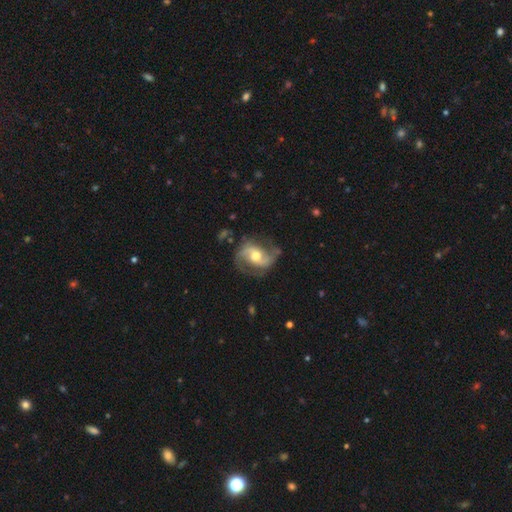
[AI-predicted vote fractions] The model was most divided on "bar": no: 44%, weak: 39%, strong: 17%. More confident: edge-on disk — no (98%); spiral arms — yes (95%); spiral arm count — 2 (90%); smooth or featured — featured or disk (87%); merging — none (72%); bulge size — moderate (70%); spiral winding — medium (50%).